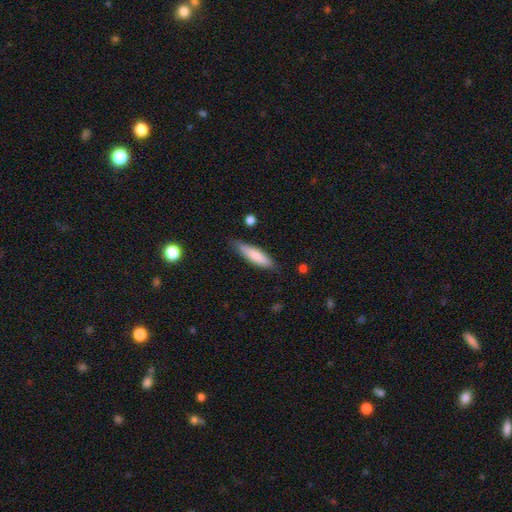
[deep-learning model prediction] Smooth or featured: smooth — 80% (featured or disk — 14%)
How rounded: cigar-shaped — 70% (in between — 28%)
Merging: none — 78% (minor disturbance — 17%)